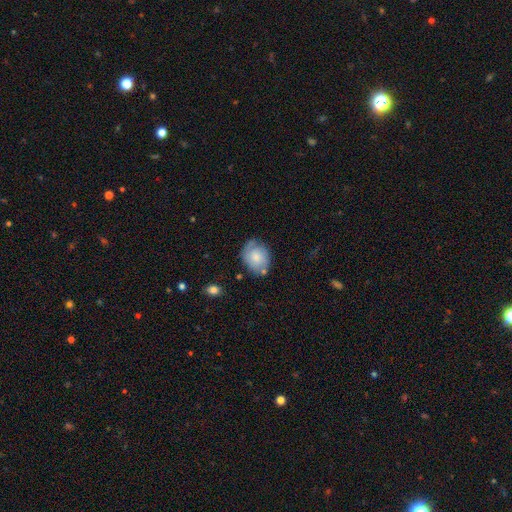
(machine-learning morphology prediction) Smooth or featured?
  - smooth: 64% *
  - featured or disk: 29%
  - star or artifact: 7%
How rounded?
  - in between: 57% *
  - round: 42%
  - cigar-shaped: 1%
Merging?
  - none: 63% *
  - minor disturbance: 25%
  - major disturbance: 7%
  - merger: 6%